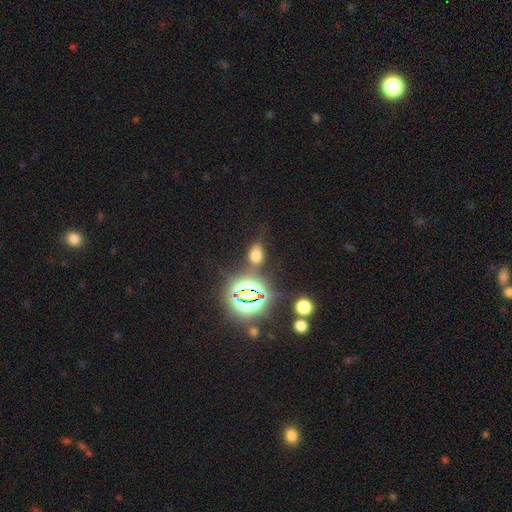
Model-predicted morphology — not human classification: Smooth or featured?
  - smooth: 55% *
  - star or artifact: 36%
  - featured or disk: 9%
How rounded?
  - in between: 85% *
  - round: 13%
  - cigar-shaped: 3%
Merging?
  - none: 72% *
  - minor disturbance: 14%
  - merger: 8%
  - major disturbance: 6%